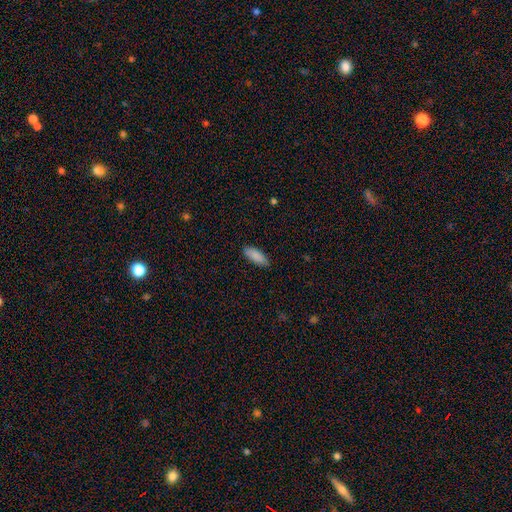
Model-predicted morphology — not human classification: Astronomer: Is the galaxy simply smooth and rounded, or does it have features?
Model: smooth — 88%.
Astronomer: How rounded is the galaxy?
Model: in between — 73%.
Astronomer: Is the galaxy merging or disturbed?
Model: none — 86%.